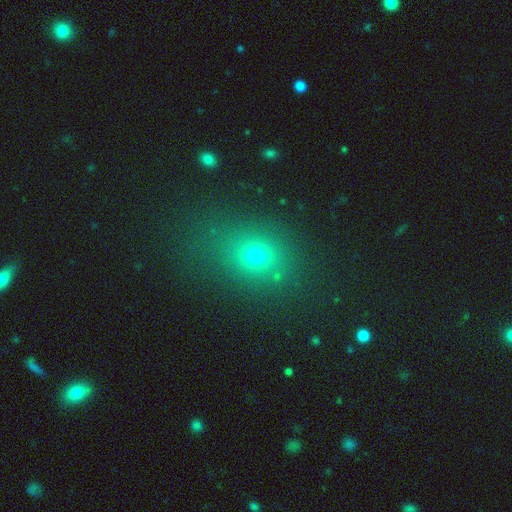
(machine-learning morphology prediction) A smooth galaxy with no disk features (68%) that is round (54%). Merging: none (80%).